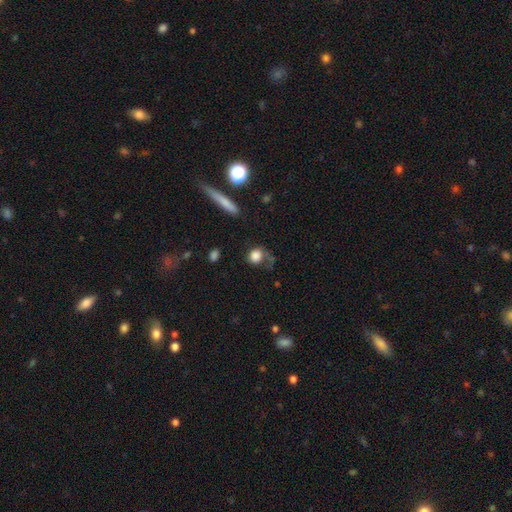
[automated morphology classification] smooth_or_featured: smooth (p=0.80) [alt: featured or disk p=0.11]
how_rounded: round (p=0.75) [alt: in between p=0.23]
merging: none (p=0.46) [alt: major disturbance p=0.25]